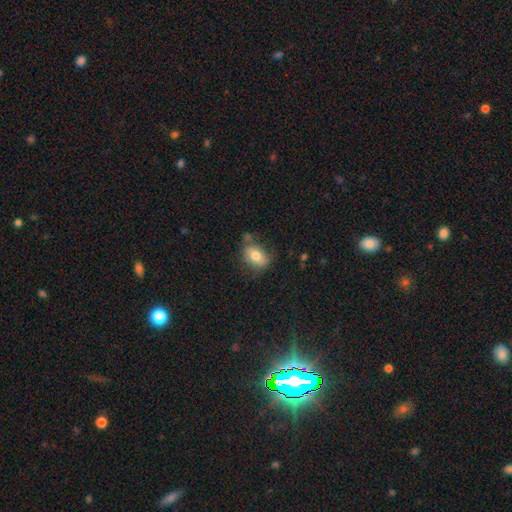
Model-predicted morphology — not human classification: This appears to be a smooth galaxy with no disk features (75%) that is in between round and cigar-shaped (79%). Merging: none (61%).